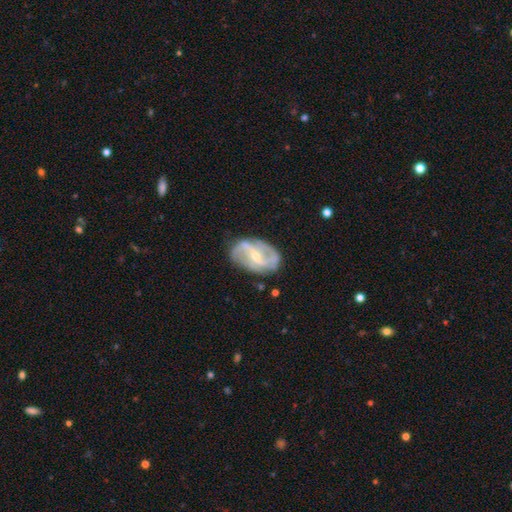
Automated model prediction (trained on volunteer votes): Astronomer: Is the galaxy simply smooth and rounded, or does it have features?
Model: featured or disk — 85%.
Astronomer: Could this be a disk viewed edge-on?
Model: no — 96%.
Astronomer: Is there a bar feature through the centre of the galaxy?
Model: weak — 40% (runner-up: strong, 37%).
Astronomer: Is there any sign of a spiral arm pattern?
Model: yes — 90%.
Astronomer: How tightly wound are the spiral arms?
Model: loose — 43% (runner-up: medium, 40%).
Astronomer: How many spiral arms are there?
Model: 2 — 77%.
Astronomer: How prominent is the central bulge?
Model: small — 66%.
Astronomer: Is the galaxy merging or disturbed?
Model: none — 71%.